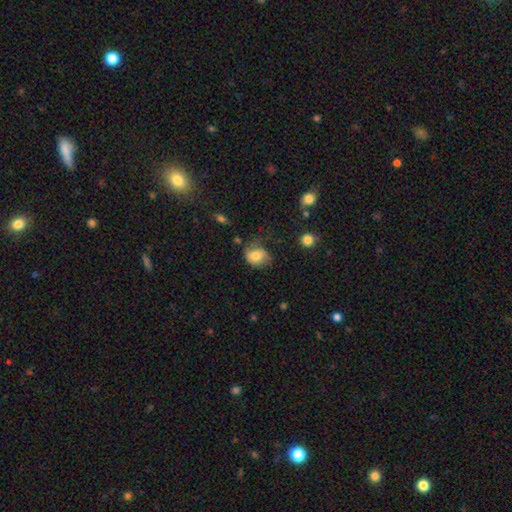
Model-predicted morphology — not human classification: This appears to be a smooth galaxy with no disk features (71%) that is round (52%). Merging: none (38%).